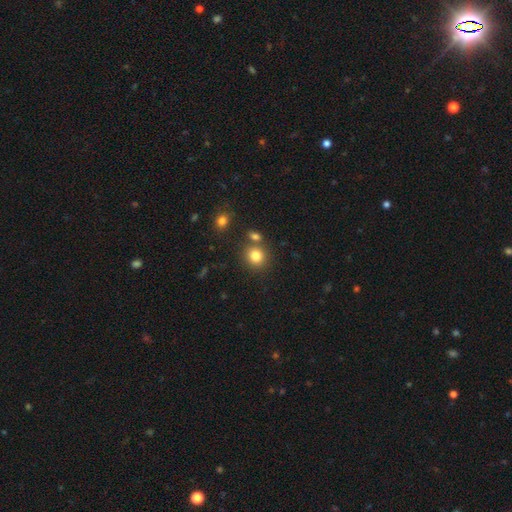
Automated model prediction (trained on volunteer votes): This is clearly a smooth galaxy (82%). How rounded: clearly round (84%). Merging: likely none (72%).